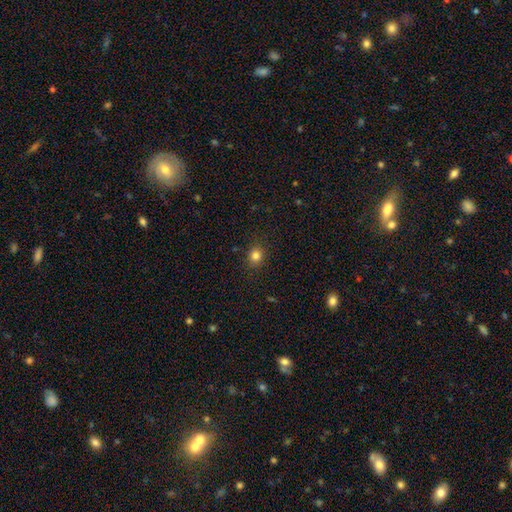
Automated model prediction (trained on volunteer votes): Smooth or featured: smooth — 81% (star or artifact — 13%)
How rounded: round — 77% (in between — 22%)
Merging: none — 89% (minor disturbance — 8%)